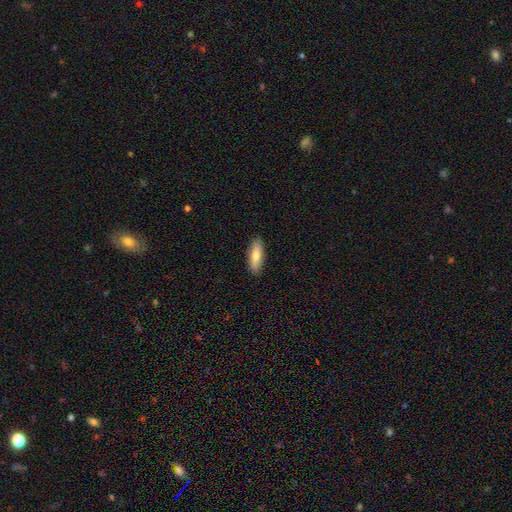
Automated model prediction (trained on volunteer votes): Smooth or featured?
  - smooth: 76% *
  - featured or disk: 18%
  - star or artifact: 6%
How rounded?
  - in between: 54% *
  - cigar-shaped: 44%
  - round: 2%
Merging?
  - none: 90% *
  - minor disturbance: 8%
  - major disturbance: 2%
  - merger: 1%